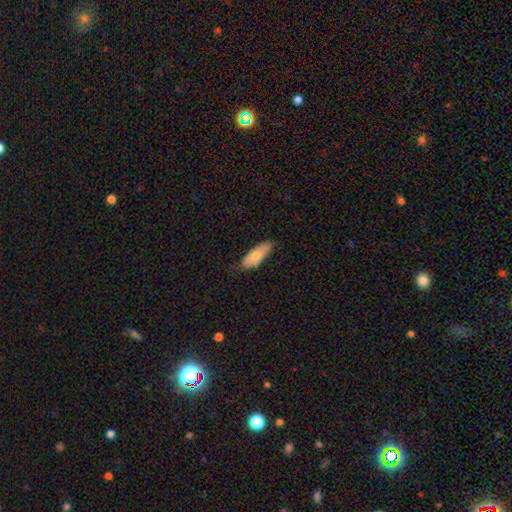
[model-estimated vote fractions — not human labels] smooth 70%, featured or disk 24%, star or artifact 6%. Down the decision tree: how rounded — in between (67%); merging — none (75%).